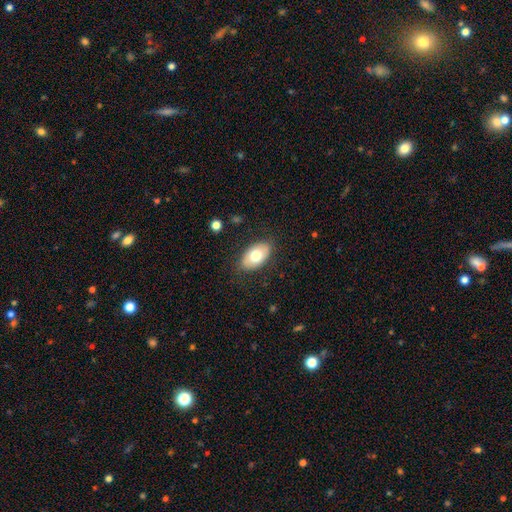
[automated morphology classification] Smooth or featured? Predicted: smooth (p=0.72). How rounded? Predicted: in between (p=0.93). Merging? Predicted: none (p=0.83).